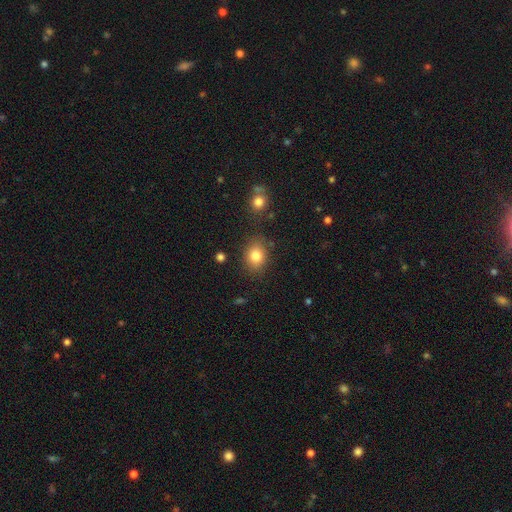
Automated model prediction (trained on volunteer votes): Smooth or featured?
  - smooth: 82% *
  - star or artifact: 10%
  - featured or disk: 7%
How rounded?
  - round: 50% *
  - in between: 49%
  - cigar-shaped: 1%
Merging?
  - none: 81% *
  - minor disturbance: 12%
  - major disturbance: 4%
  - merger: 4%